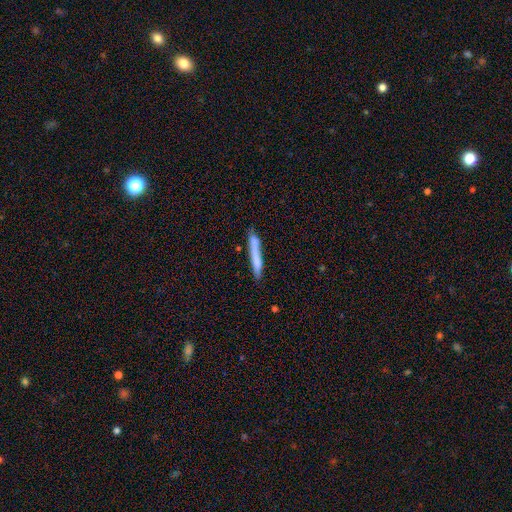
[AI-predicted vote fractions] Smooth or featured: smooth — 69% (featured or disk — 24%)
How rounded: cigar-shaped — 95% (in between — 3%)
Merging: none — 75% (minor disturbance — 16%)